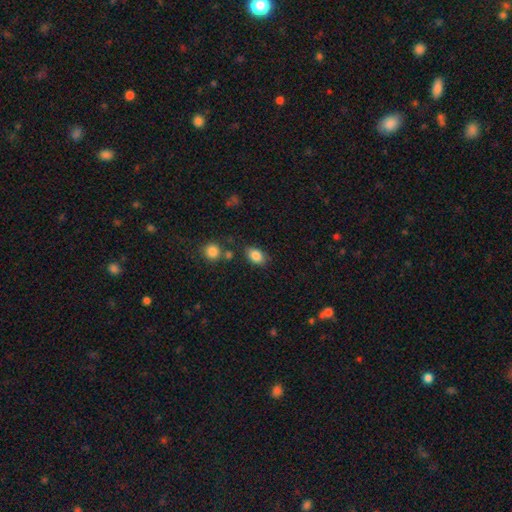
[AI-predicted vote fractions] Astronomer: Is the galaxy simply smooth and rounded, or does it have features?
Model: smooth — 85%.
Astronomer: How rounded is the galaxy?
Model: in between — 83%.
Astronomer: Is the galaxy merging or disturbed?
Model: none — 78%.